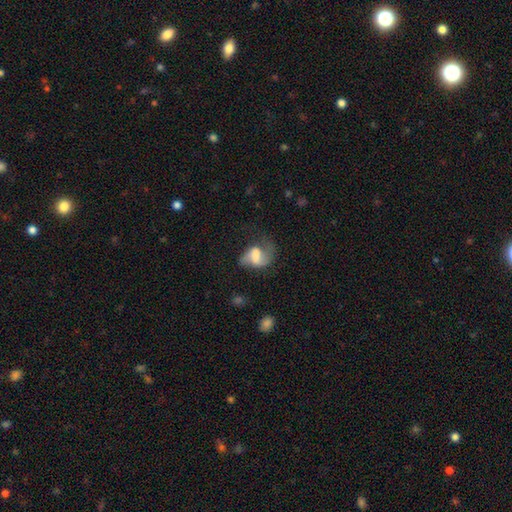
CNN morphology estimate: featured or disk 53%, smooth 38%, star or artifact 9%. Down the decision tree: edge-on disk — no (97%); bar — weak (43%); spiral arms — yes (73%); bulge size — moderate (30%); merging — none (34%, tied with major disturbance).